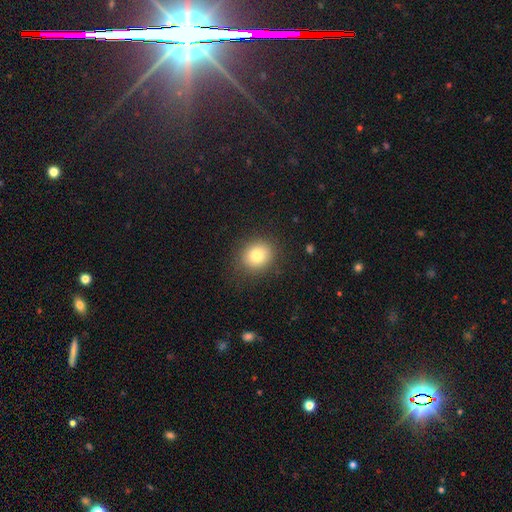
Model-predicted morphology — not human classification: smooth-or-featured: smooth: 80% | star or artifact: 11% | featured or disk: 9%
  how-rounded: round: 77% | in between: 22% | cigar-shaped: 1%
  merging: none: 87% | minor disturbance: 9% | major disturbance: 3% | merger: 1%